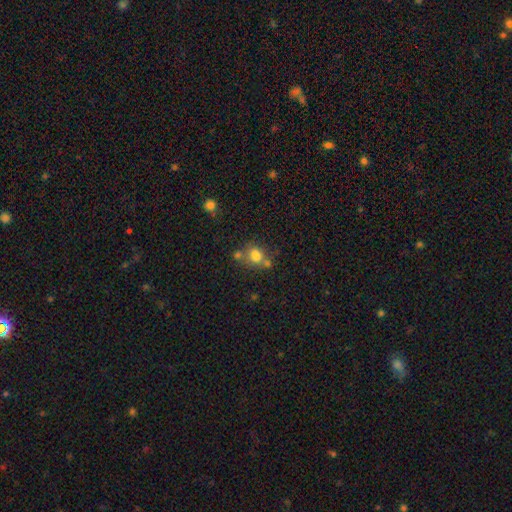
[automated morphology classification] Overall: smooth (75%). How rounded: round (61%; in between 38%). Merging: none (48%; merger 31%).